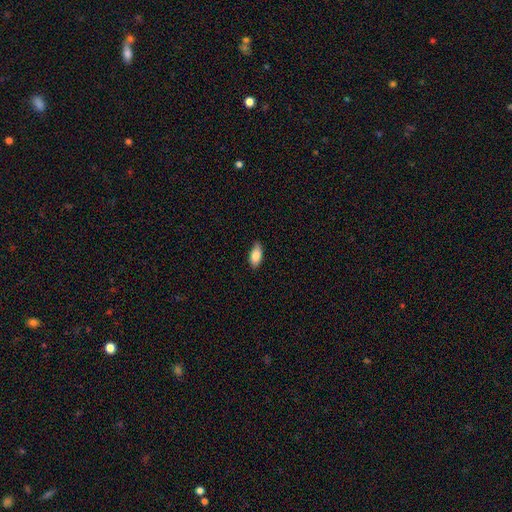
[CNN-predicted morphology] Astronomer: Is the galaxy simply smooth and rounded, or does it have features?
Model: smooth — 85%.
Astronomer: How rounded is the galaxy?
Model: in between — 89%.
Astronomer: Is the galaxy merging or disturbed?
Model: none — 83%.